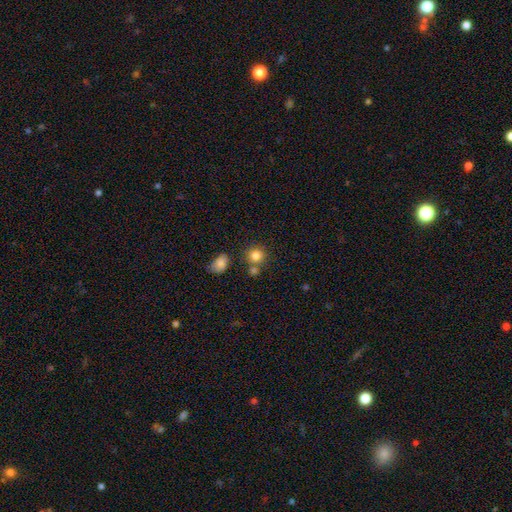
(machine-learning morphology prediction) A smooth galaxy with no disk features (83%) that is round (86%).

Vote fractions:
- Smooth or featured? smooth: 83% / star or artifact: 11% / featured or disk: 6%
- How rounded? round: 86% / in between: 13% / cigar-shaped: 1%
- Merging? none: 68% / merger: 18% / minor disturbance: 10% / major disturbance: 4%